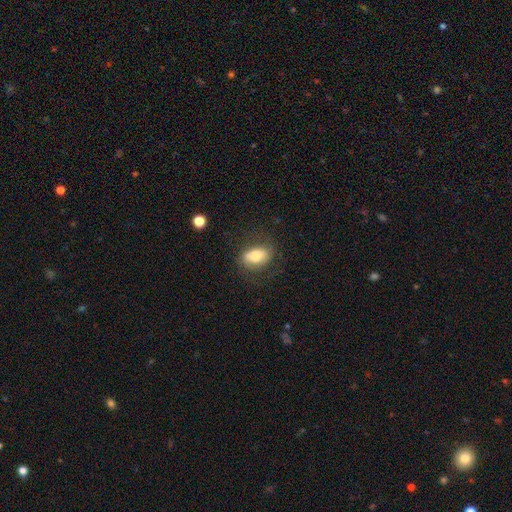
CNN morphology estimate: A smooth galaxy with no disk features (67%) that is in between round and cigar-shaped (84%). Merging: none (69%).